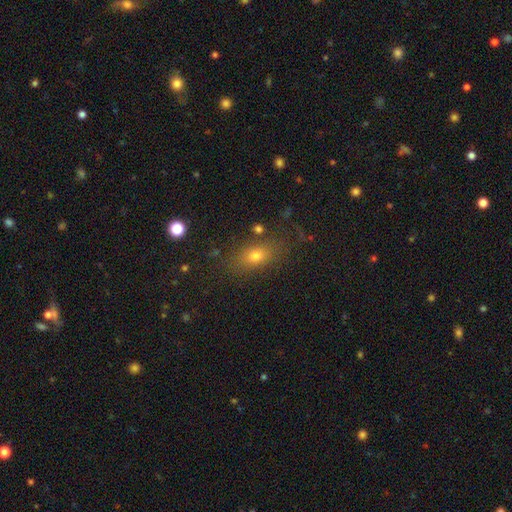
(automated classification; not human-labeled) Smooth or featured? smooth (71%)
How rounded? in between (71%)
Merging? none (78%)